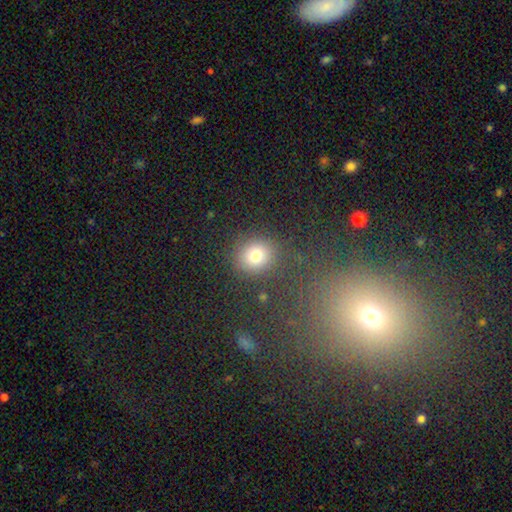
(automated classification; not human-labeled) Smooth or featured?
  - smooth: 72% *
  - star or artifact: 19%
  - featured or disk: 9%
How rounded?
  - round: 79% *
  - in between: 19%
  - cigar-shaped: 1%
Merging?
  - none: 85% *
  - minor disturbance: 8%
  - major disturbance: 4%
  - merger: 3%